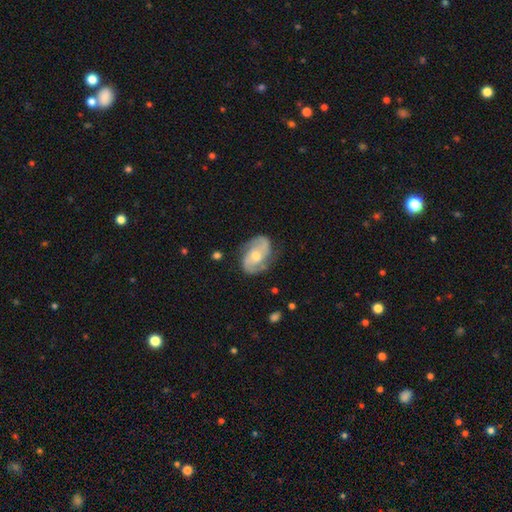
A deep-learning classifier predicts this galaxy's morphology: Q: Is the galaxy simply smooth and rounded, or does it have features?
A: featured or disk — 82%.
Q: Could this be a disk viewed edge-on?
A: no — 97%.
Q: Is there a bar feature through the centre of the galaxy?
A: no — 61%.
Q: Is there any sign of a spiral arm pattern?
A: yes — 95%.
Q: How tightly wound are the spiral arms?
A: medium — 47%.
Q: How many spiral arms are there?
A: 2 — 85%.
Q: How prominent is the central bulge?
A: moderate — 60%.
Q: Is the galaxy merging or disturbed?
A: none — 76%.